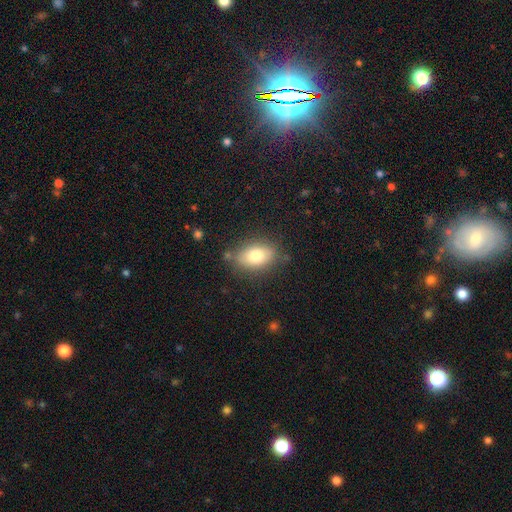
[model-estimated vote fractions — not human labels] smooth-or-featured: smooth: 77% | featured or disk: 15% | star or artifact: 8%
  how-rounded: in between: 85% | round: 12% | cigar-shaped: 2%
  merging: none: 77% | minor disturbance: 15% | major disturbance: 4% | merger: 3%